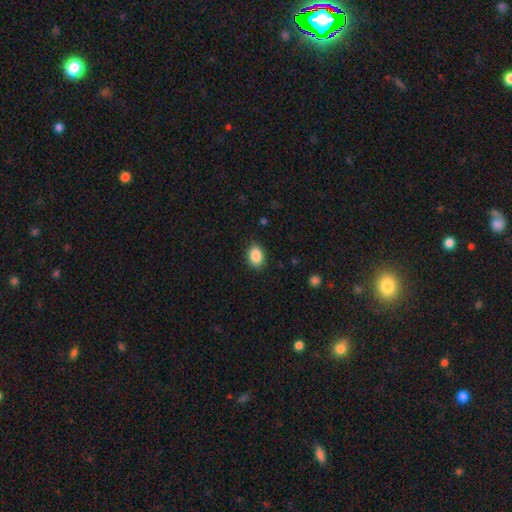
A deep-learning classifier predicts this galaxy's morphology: Smooth or featured?
  - smooth: 89% *
  - star or artifact: 8%
  - featured or disk: 4%
How rounded?
  - in between: 78% *
  - round: 21%
  - cigar-shaped: 1%
Merging?
  - none: 87% *
  - minor disturbance: 9%
  - major disturbance: 2%
  - merger: 1%